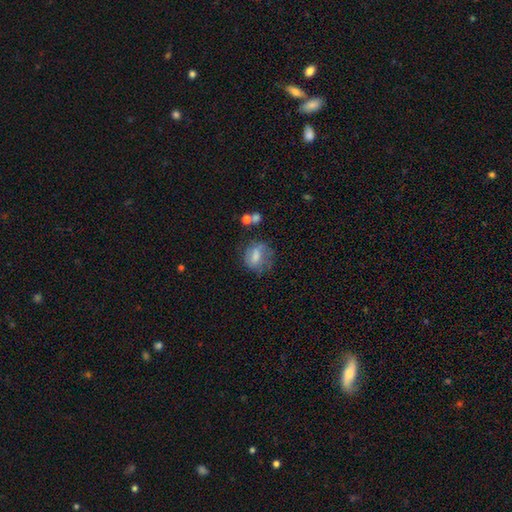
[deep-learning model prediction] Q: Smooth or featured?
A: smooth (58%); runner-up: featured or disk (32%)
Q: How rounded?
A: round (55%); runner-up: in between (43%)
Q: Merging?
A: none (46%); runner-up: minor disturbance (27%)